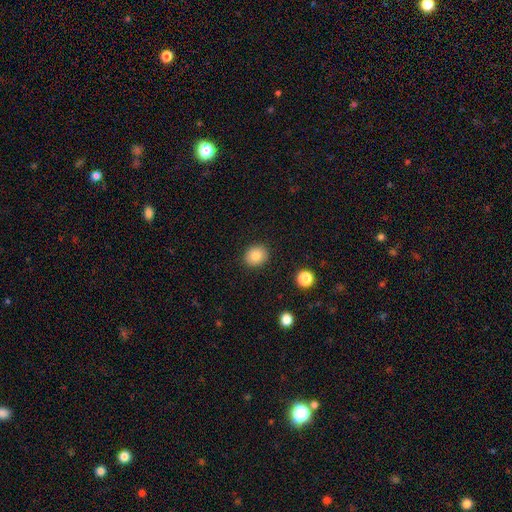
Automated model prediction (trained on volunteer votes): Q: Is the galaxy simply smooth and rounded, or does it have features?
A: smooth — 84%.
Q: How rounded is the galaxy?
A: round — 73%.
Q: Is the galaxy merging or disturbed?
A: none — 90%.